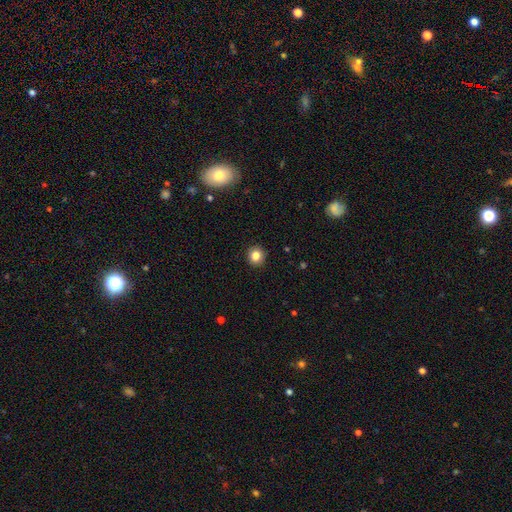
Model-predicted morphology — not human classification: Smooth or featured: smooth — 83% (star or artifact — 11%)
How rounded: round — 91% (in between — 8%)
Merging: none — 92% (minor disturbance — 5%)